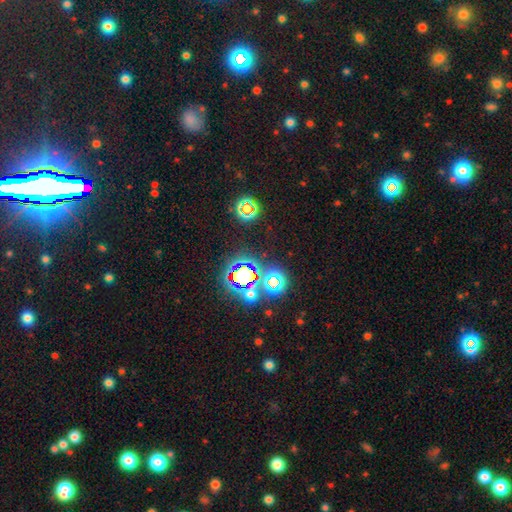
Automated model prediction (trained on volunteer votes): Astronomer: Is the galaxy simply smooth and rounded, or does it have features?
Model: star or artifact — 77%.